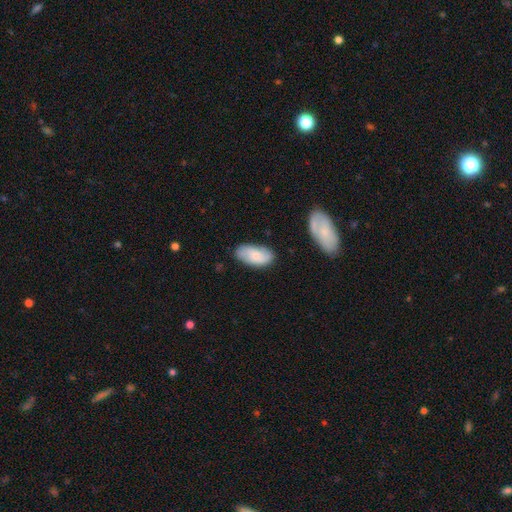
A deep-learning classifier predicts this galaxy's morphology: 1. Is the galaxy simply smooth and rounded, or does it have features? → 73% smooth, 21% featured or disk, 6% star or artifact.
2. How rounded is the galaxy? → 93% in between, 4% cigar-shaped, 3% round.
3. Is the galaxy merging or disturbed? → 75% none, 18% minor disturbance, 4% major disturbance, 3% merger.